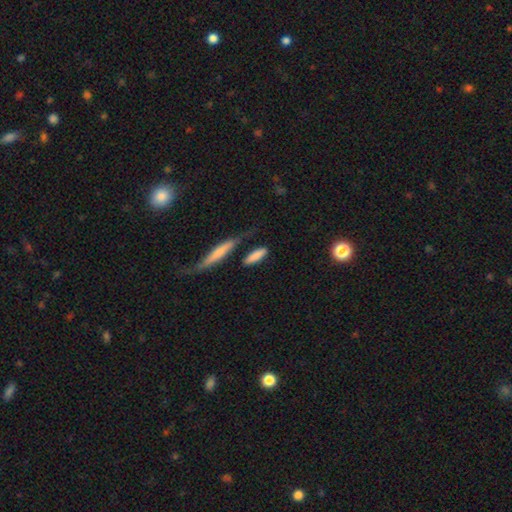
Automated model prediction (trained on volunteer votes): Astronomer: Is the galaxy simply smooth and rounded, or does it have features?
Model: smooth — 82%.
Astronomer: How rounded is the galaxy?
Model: cigar-shaped — 54% (runner-up: in between, 43%).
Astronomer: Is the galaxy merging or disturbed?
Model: none — 64%.